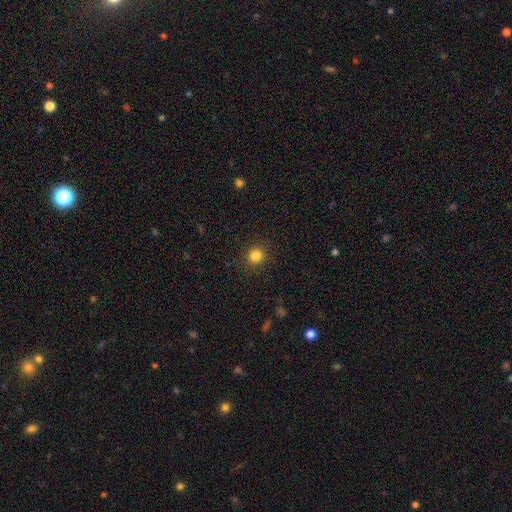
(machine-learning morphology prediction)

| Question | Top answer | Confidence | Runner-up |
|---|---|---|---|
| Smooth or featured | smooth | 84% | star or artifact (12%) |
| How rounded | round | 86% | in between (13%) |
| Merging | none | 90% | minor disturbance (7%) |